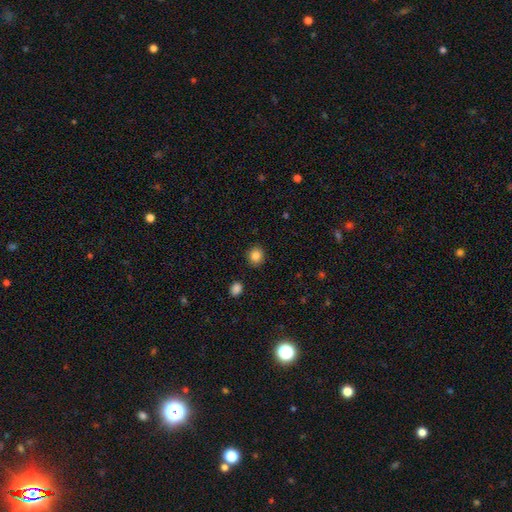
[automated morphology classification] Smooth or featured? Predicted: smooth (p=0.86). How rounded? Predicted: round (p=0.82). Merging? Predicted: none (p=0.90).